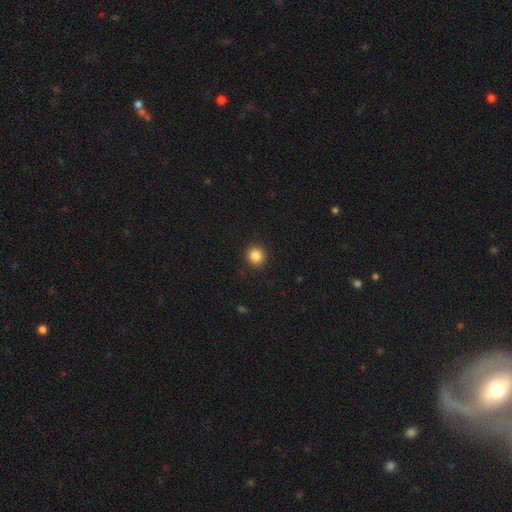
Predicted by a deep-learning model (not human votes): Overall: smooth (86%). How rounded: round (92%). Merging: none (92%).